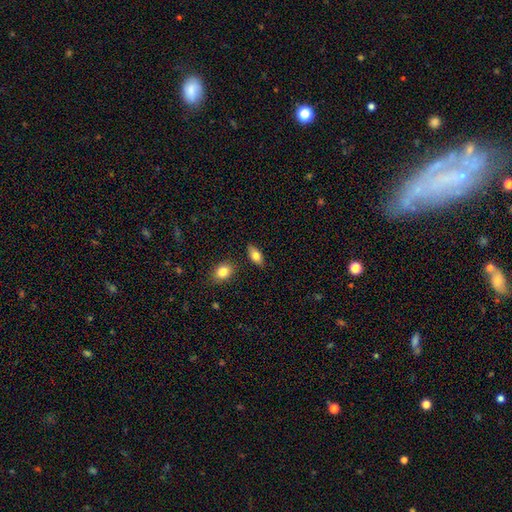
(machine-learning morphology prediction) smooth_or_featured: smooth (p=0.74) [alt: featured or disk p=0.18]
how_rounded: in between (p=0.85) [alt: cigar-shaped p=0.10]
merging: none (p=0.83) [alt: minor disturbance p=0.11]